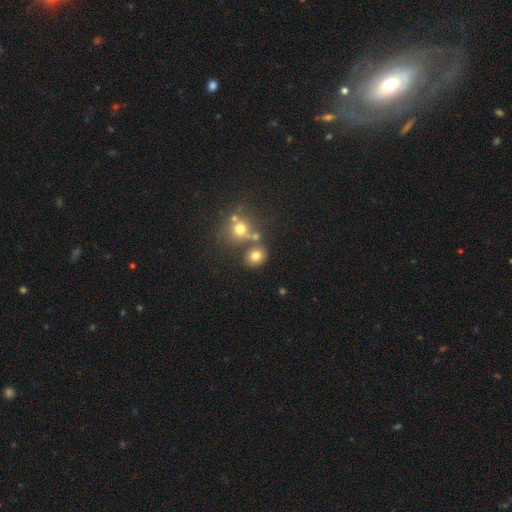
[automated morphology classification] The model was most divided on "merging": none: 65%, merger: 20%, minor disturbance: 10%, major disturbance: 4%. More confident: smooth or featured — smooth (74%); how rounded — round (73%).